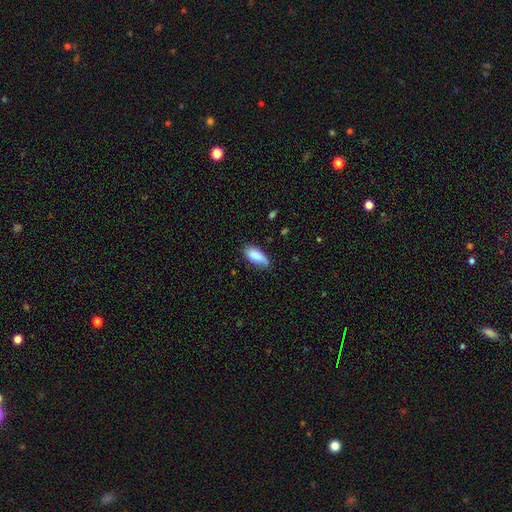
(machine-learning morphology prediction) Overall: smooth (84%). How rounded: in between (88%). Merging: none (66%; minor disturbance 27%).